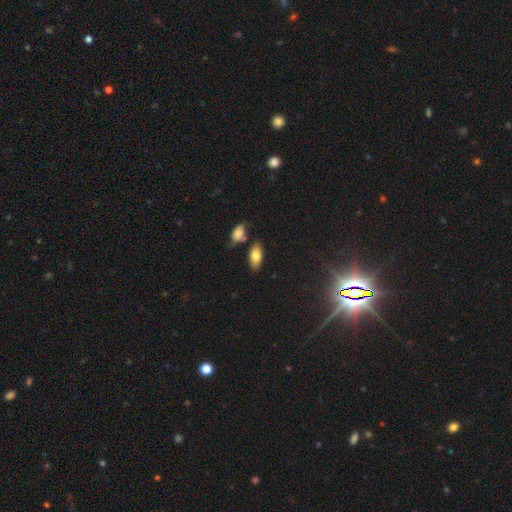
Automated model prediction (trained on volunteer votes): smooth_or_featured: smooth (p=0.79) [alt: featured or disk p=0.14]
how_rounded: in between (p=0.91) [alt: cigar-shaped p=0.06]
merging: none (p=0.72) [alt: minor disturbance p=0.14]